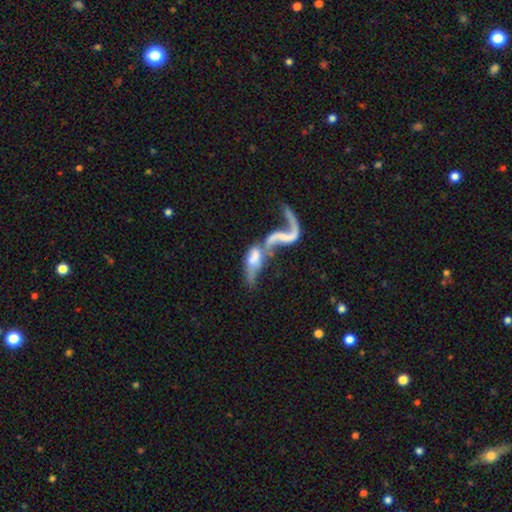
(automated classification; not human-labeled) Smooth or featured? Predicted: featured or disk (p=0.65). Edge-on disk? Predicted: no (p=0.86). Bar? Predicted: no (p=0.60). Spiral arms? Predicted: yes (p=0.55). Bulge size? Predicted: none (p=0.43). Merging? Predicted: merger (p=0.68).